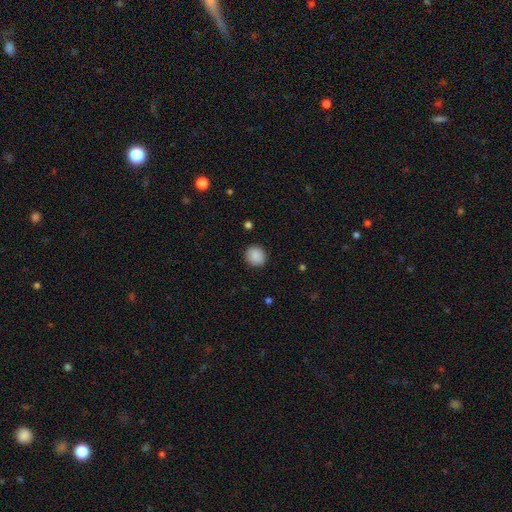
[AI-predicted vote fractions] smooth_or_featured: smooth (p=0.88) [alt: star or artifact p=0.08]
how_rounded: round (p=0.83) [alt: in between p=0.16]
merging: none (p=0.89) [alt: minor disturbance p=0.08]